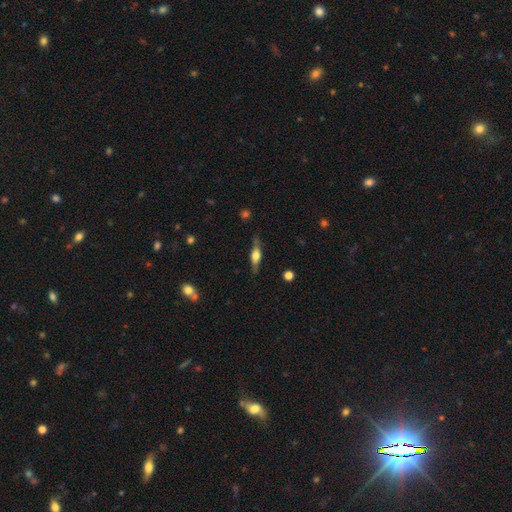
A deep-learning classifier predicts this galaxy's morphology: Smooth or featured? Predicted: featured or disk (p=0.61). Edge-on disk? Predicted: yes (p=0.94). Edge-on bulge? Predicted: rounded (p=0.86). Merging? Predicted: none (p=0.81).